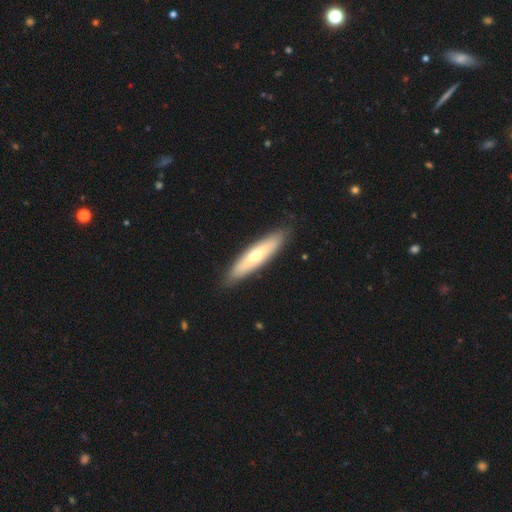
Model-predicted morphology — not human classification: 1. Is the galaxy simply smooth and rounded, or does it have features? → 54% smooth, 41% featured or disk, 5% star or artifact.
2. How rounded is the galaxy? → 78% cigar-shaped, 21% in between, 1% round.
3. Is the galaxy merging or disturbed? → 88% none, 9% minor disturbance, 2% major disturbance, 1% merger.